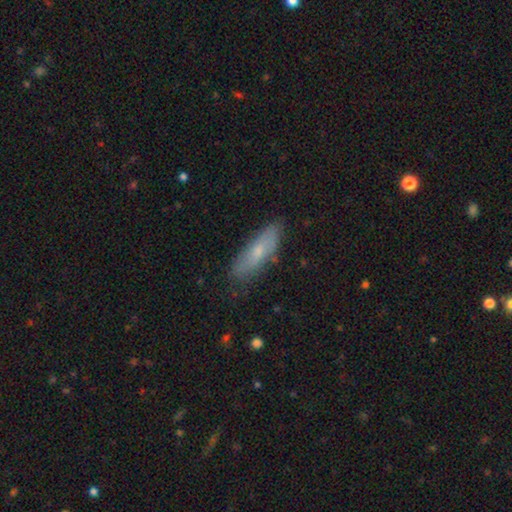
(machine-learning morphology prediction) This is possibly a smooth galaxy (55%). How rounded: possibly cigar-shaped (58%). Merging: clearly none (80%).